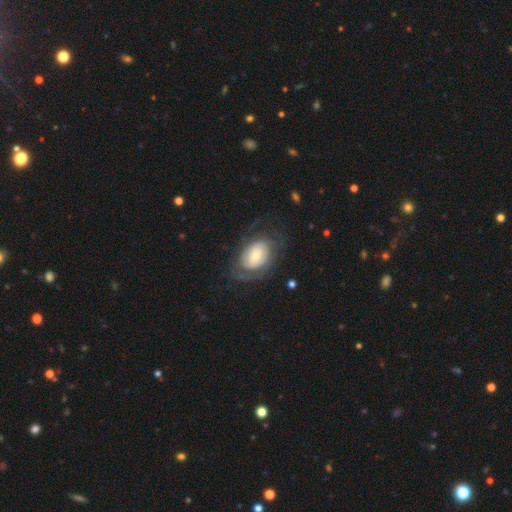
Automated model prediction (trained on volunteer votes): The model was most divided on "bulge size": small: 50%, moderate: 35%, large: 10%, dominant: 2%, none: 2%. More confident: edge-on disk — no (96%); spiral arms — yes (75%); bar — no (67%); smooth or featured — featured or disk (66%); merging — none (59%).